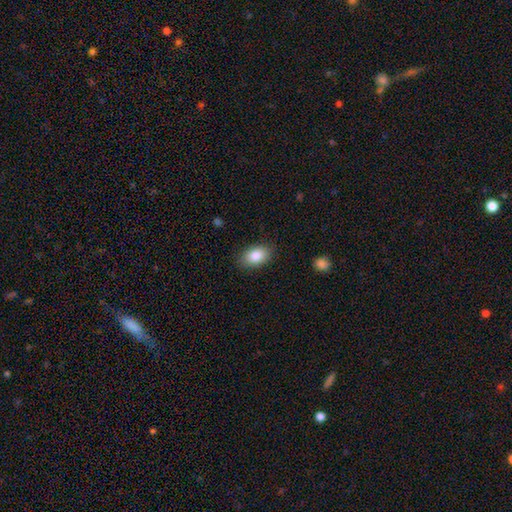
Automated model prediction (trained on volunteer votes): A smooth galaxy with no disk features (85%) that is in between round and cigar-shaped (90%).

Vote fractions:
- Smooth or featured? smooth: 85% / featured or disk: 8% / star or artifact: 7%
- How rounded? in between: 90% / round: 8% / cigar-shaped: 1%
- Merging? none: 86% / minor disturbance: 10% / major disturbance: 3% / merger: 1%